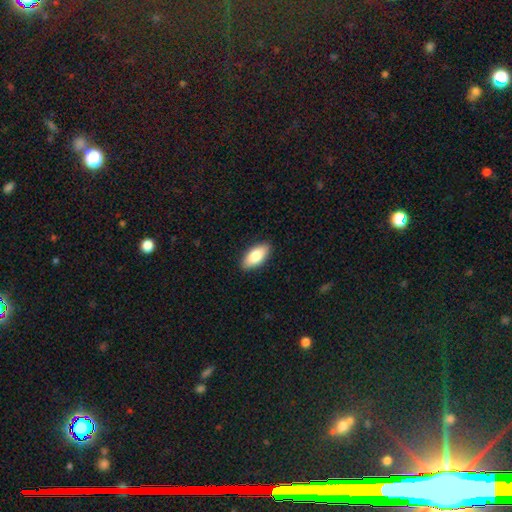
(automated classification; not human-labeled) Overall: smooth (83%). How rounded: in between (90%). Merging: none (89%).